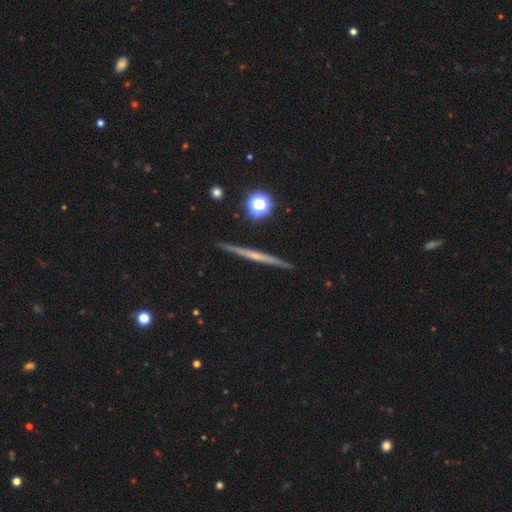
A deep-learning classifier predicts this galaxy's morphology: type=featured or disk (65%); edge-on=yes (98%); edge-on bulge=none (71%); merging=none (91%).